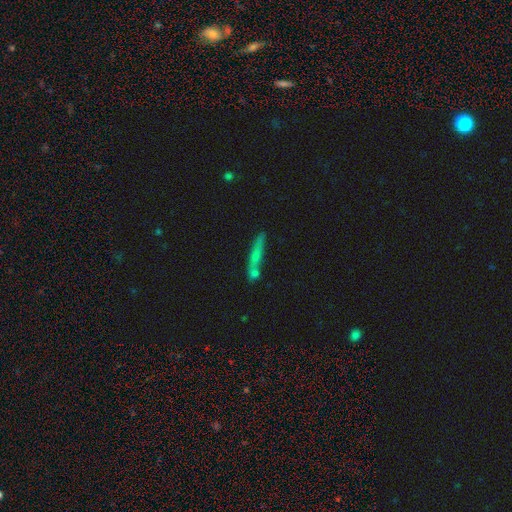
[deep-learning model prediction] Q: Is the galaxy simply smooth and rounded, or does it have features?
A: smooth — 56%.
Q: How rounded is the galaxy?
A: cigar-shaped — 87%.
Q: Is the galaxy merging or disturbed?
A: none — 63%.